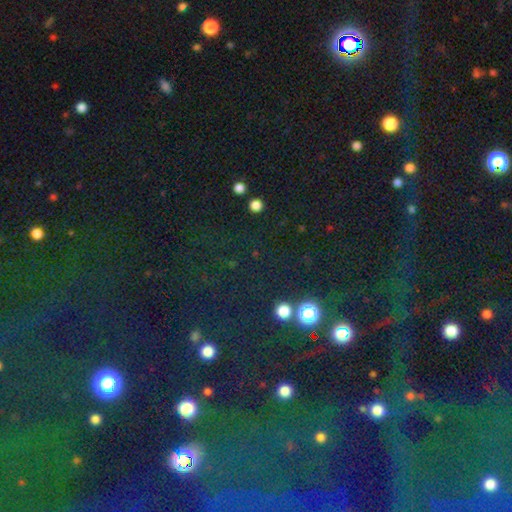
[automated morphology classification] Smooth or featured?
  - star or artifact: 79% *
  - smooth: 12%
  - featured or disk: 9%